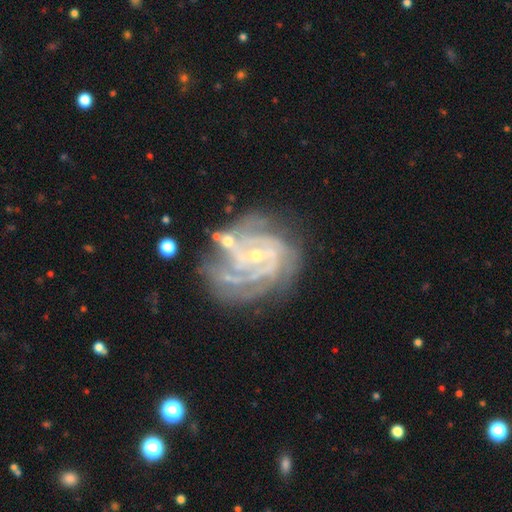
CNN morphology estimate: Smooth or featured? Predicted: featured or disk (p=0.89). Edge-on disk? Predicted: no (p=0.98). Bar? Predicted: no (p=0.49). Spiral arms? Predicted: yes (p=0.97). Spiral winding? Predicted: tight (p=0.61). Spiral arm count? Predicted: 3 (p=0.31). Bulge size? Predicted: small (p=0.73). Merging? Predicted: none (p=0.57).